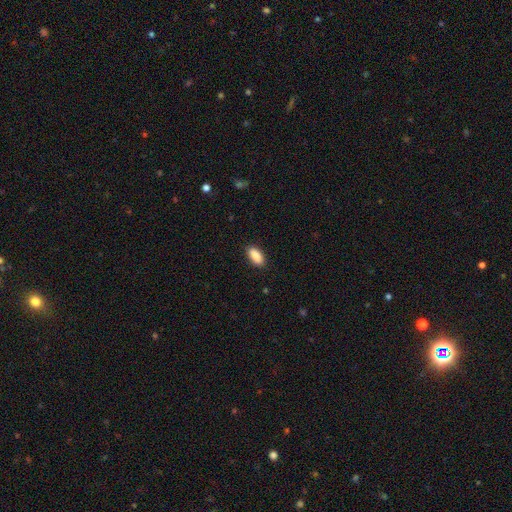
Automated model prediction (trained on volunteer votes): smooth-or-featured: smooth: 89% | star or artifact: 7% | featured or disk: 4%
  how-rounded: in between: 90% | cigar-shaped: 8% | round: 2%
  merging: none: 88% | minor disturbance: 9% | major disturbance: 2% | merger: 1%